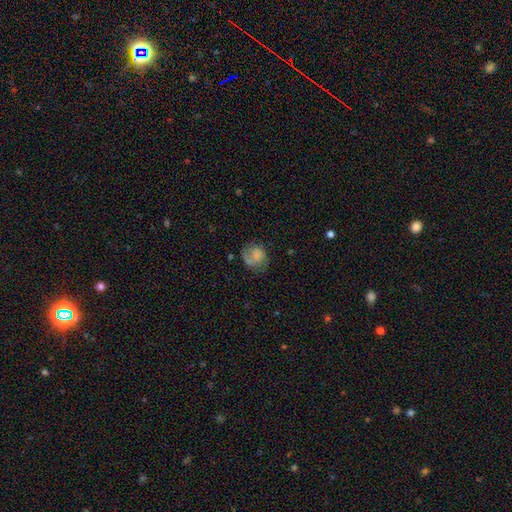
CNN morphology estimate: A smooth galaxy with no disk features (56%) that is round (72%).

Vote fractions:
- Smooth or featured? smooth: 56% / featured or disk: 35% / star or artifact: 9%
- How rounded? round: 72% / in between: 27% / cigar-shaped: 1%
- Merging? none: 54% / minor disturbance: 24% / major disturbance: 20% / merger: 3%